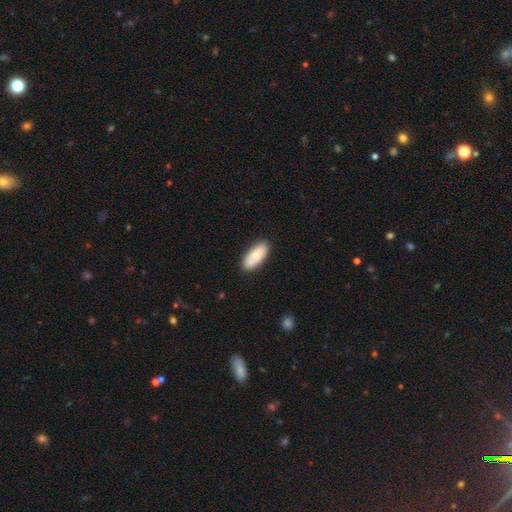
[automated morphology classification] type=smooth (78%); roundness=in between (85%); merging=none (84%).